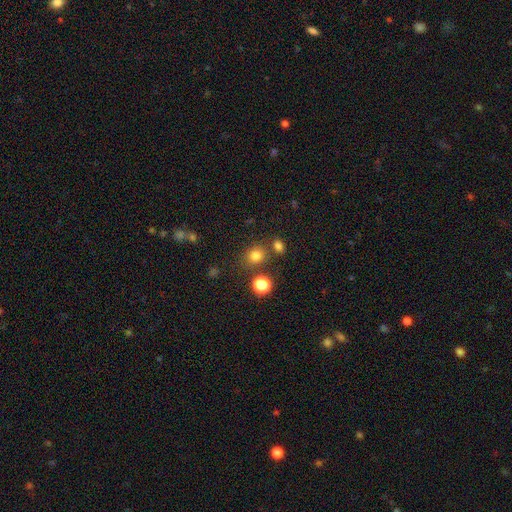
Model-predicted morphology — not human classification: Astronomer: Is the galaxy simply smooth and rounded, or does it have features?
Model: smooth — 79%.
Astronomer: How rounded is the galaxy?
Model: round — 72%.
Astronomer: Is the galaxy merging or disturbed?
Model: none — 75%.